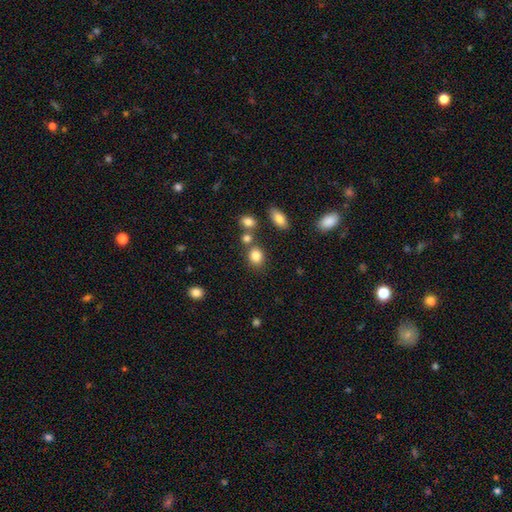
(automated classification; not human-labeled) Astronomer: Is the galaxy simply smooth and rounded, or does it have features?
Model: smooth — 83%.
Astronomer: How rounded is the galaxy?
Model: round — 60% (runner-up: in between, 39%).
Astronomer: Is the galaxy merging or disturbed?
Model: none — 71%.